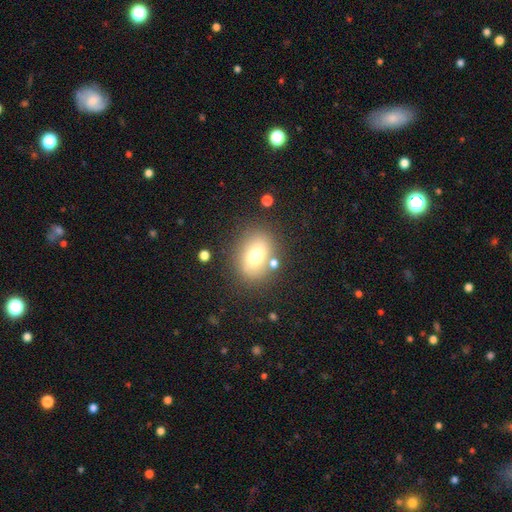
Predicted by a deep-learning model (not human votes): Morphology: type=smooth (66%); roundness=in between (65%); merging=none (75%).